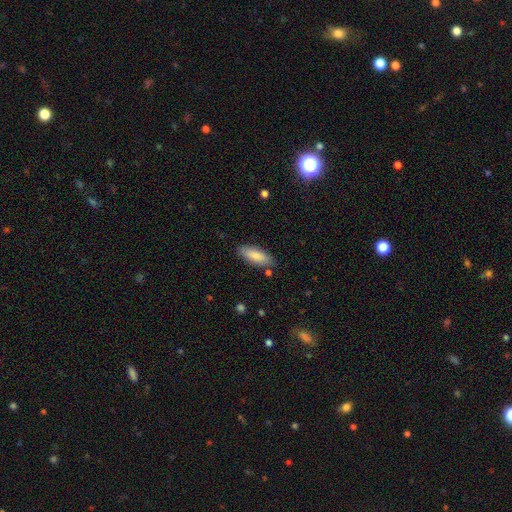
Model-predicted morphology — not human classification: Smooth or featured? smooth (84%)
How rounded? in between (71%)
Merging? none (84%)